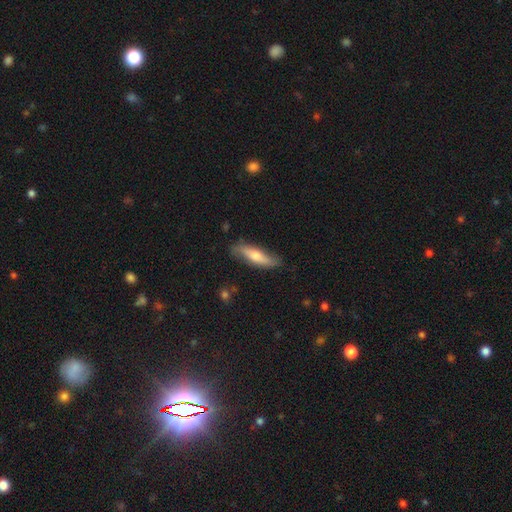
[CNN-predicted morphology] Smooth or featured? Predicted: smooth (p=0.54). How rounded? Predicted: cigar-shaped (p=0.65). Merging? Predicted: none (p=0.79).